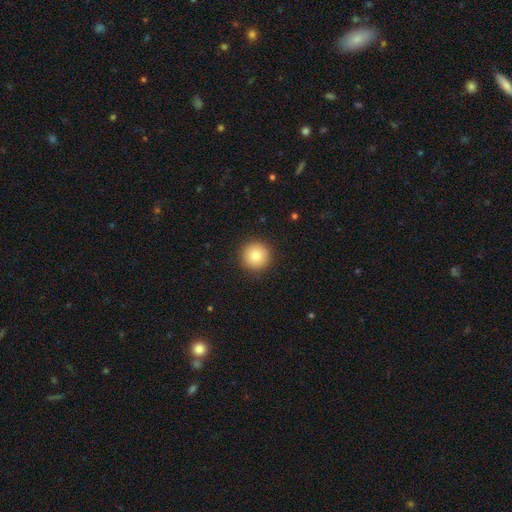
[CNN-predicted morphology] smooth 84%, star or artifact 9%, featured or disk 7%. Down the decision tree: how rounded — round (96%); merging — none (92%).